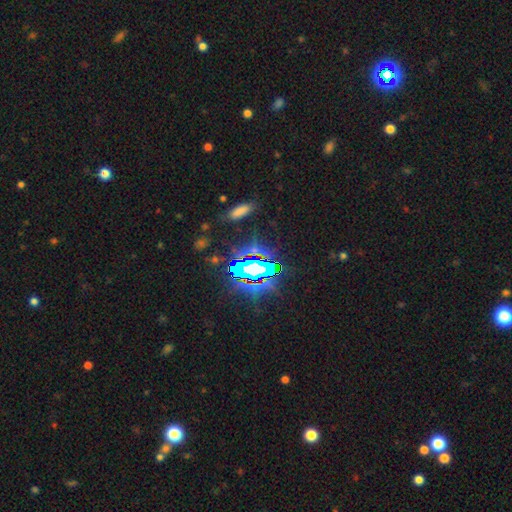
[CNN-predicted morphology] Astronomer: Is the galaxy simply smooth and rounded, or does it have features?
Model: star or artifact — 71%.